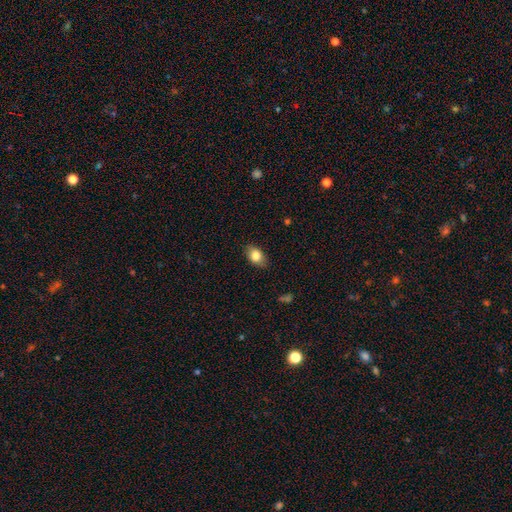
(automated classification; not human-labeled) A smooth galaxy with no disk features (82%) that is in between round and cigar-shaped (84%). Merging: none (84%).